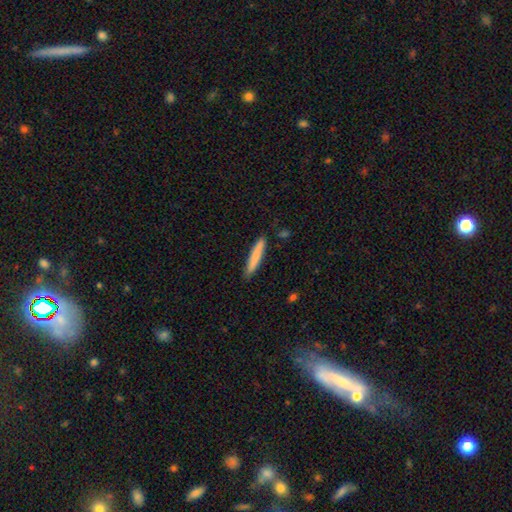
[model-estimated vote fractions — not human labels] A smooth galaxy with no disk features (80%) that is cigar-shaped (93%).

Vote fractions:
- Smooth or featured? smooth: 80% / featured or disk: 14% / star or artifact: 6%
- How rounded? cigar-shaped: 93% / in between: 6% / round: 1%
- Merging? none: 87% / minor disturbance: 10% / major disturbance: 2% / merger: 2%